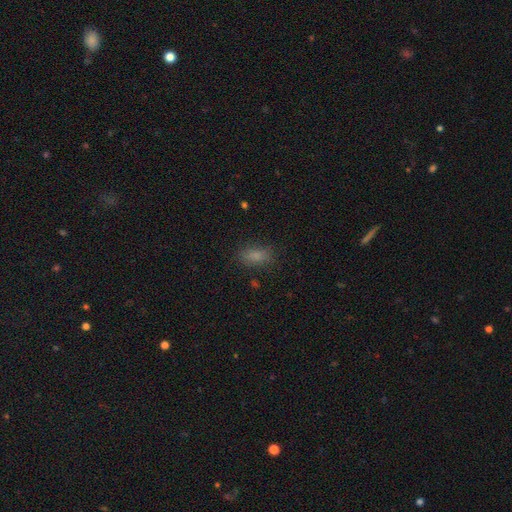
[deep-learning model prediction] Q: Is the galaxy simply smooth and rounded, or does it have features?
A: smooth — 82%.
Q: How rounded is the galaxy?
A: in between — 84%.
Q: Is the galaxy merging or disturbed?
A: none — 82%.